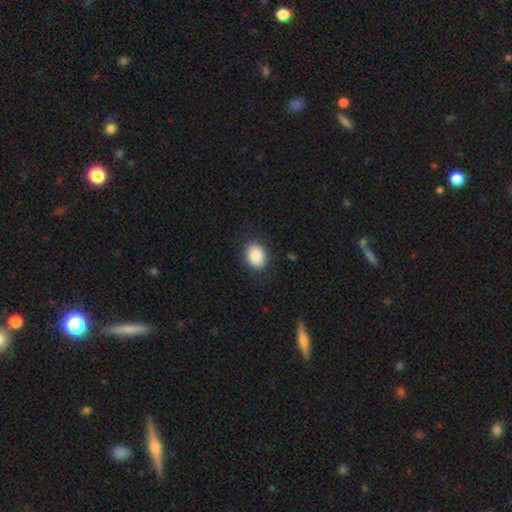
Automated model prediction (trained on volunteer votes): Smooth or featured? smooth (88%)
How rounded? in between (58%)
Merging? none (85%)